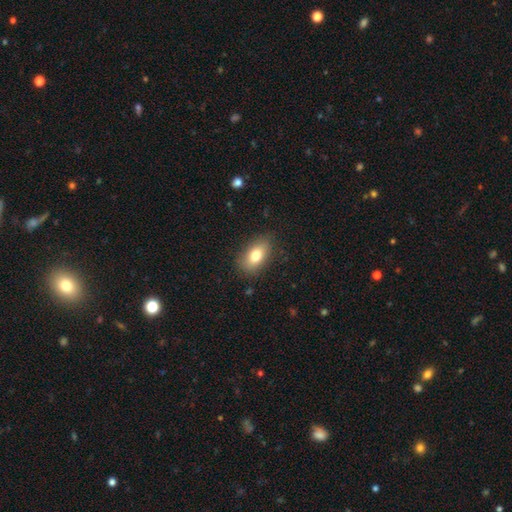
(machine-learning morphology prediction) Smooth or featured: smooth — 78% (featured or disk — 14%)
How rounded: in between — 87% (round — 9%)
Merging: none — 83% (minor disturbance — 13%)